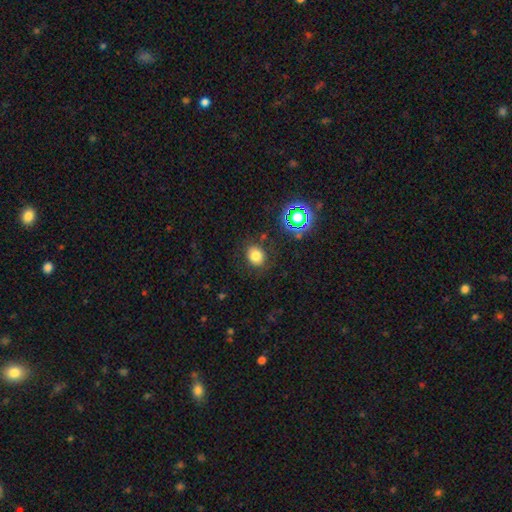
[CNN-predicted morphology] Smooth or featured?
  - smooth: 76% *
  - star or artifact: 16%
  - featured or disk: 8%
How rounded?
  - round: 57% *
  - in between: 42%
  - cigar-shaped: 1%
Merging?
  - none: 82% *
  - minor disturbance: 12%
  - major disturbance: 4%
  - merger: 2%